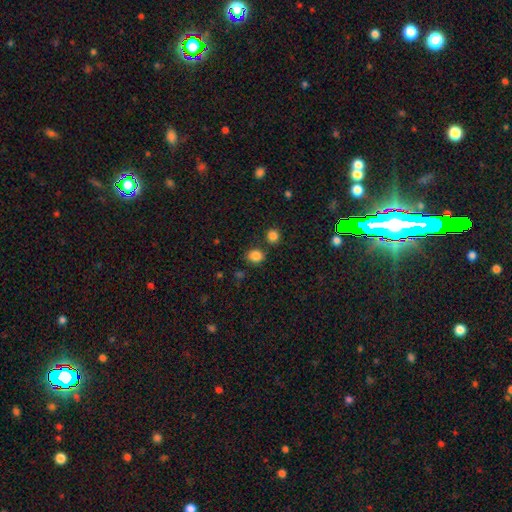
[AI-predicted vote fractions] Morphology: type=smooth (84%); roundness=round (59%); merging=none (76%).